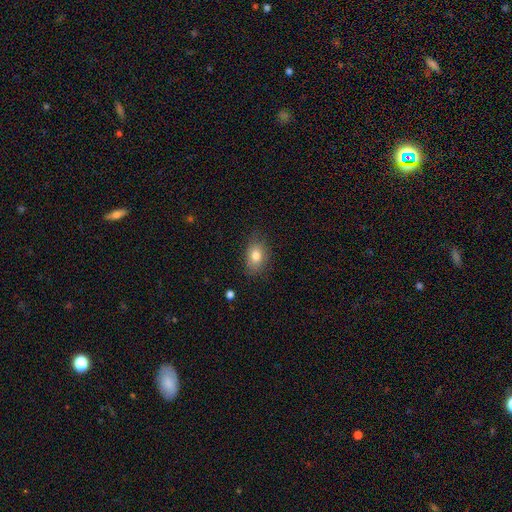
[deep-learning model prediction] The model was most divided on "how rounded": in between: 77%, round: 22%, cigar-shaped: 1%. More confident: smooth or featured — smooth (79%); merging — none (77%).